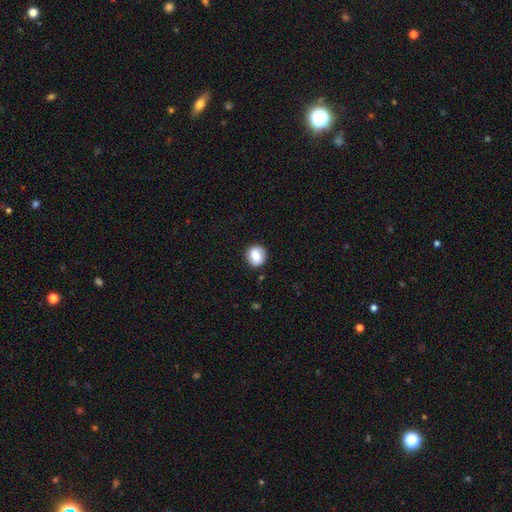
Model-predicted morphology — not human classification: The model was most divided on "smooth or featured": smooth: 69%, featured or disk: 23%, star or artifact: 9%. More confident: merging — none (88%); how rounded — round (84%).